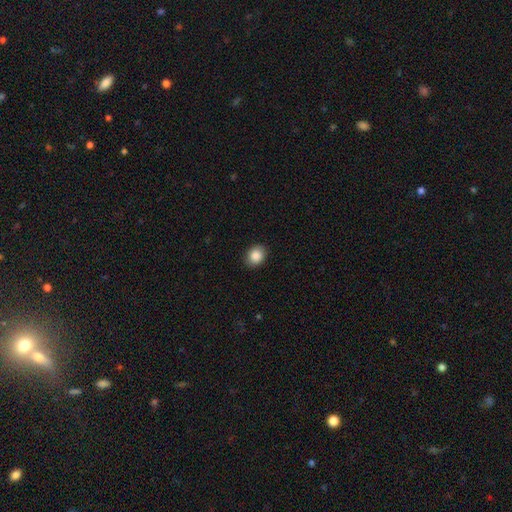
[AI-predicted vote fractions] Smooth or featured?
  - smooth: 87% *
  - star or artifact: 8%
  - featured or disk: 4%
How rounded?
  - round: 57% *
  - in between: 42%
  - cigar-shaped: 1%
Merging?
  - none: 89% *
  - minor disturbance: 8%
  - major disturbance: 2%
  - merger: 1%